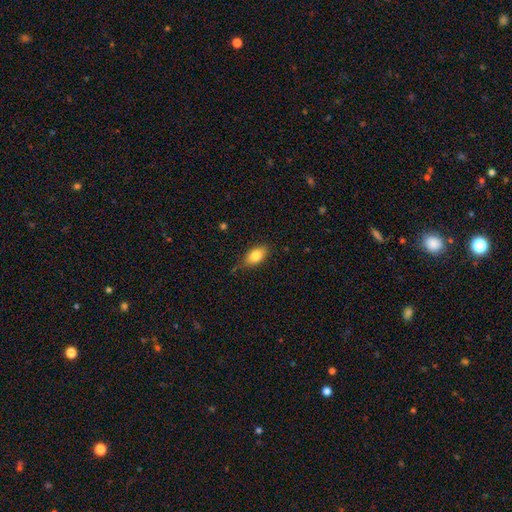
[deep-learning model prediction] A smooth galaxy with no disk features (82%) that is in between round and cigar-shaped (89%).

Vote fractions:
- Smooth or featured? smooth: 82% / featured or disk: 10% / star or artifact: 8%
- How rounded? in between: 89% / round: 7% / cigar-shaped: 4%
- Merging? none: 75% / minor disturbance: 19% / major disturbance: 4% / merger: 2%